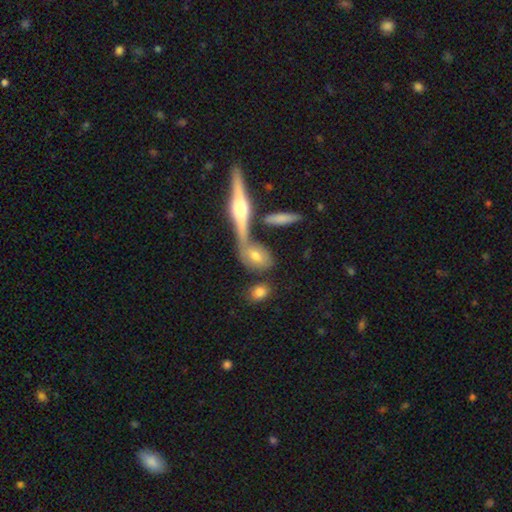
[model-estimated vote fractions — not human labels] A smooth galaxy with no disk features (61%) that is in between round and cigar-shaped (71%). Merging: none (49%).